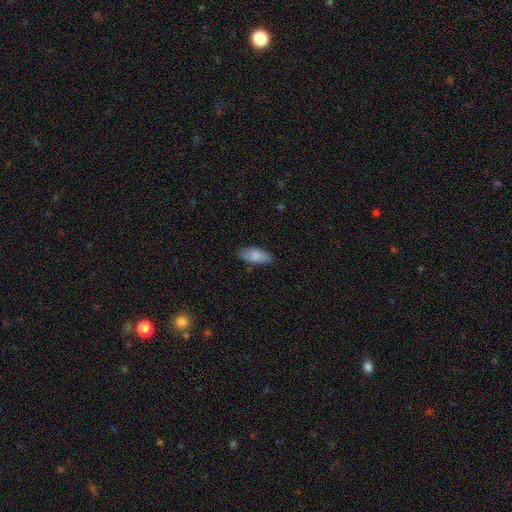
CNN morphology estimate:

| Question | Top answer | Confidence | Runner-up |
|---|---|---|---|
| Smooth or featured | smooth | 85% | featured or disk (9%) |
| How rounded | in between | 83% | cigar-shaped (15%) |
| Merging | none | 82% | minor disturbance (14%) |